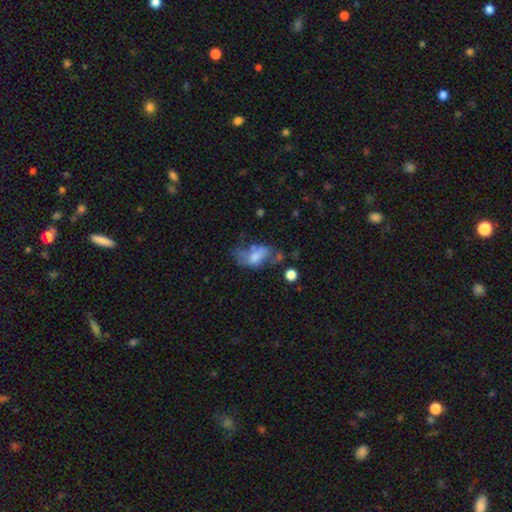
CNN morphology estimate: Smooth or featured? Predicted: smooth (p=0.52). How rounded? Predicted: in between (p=0.88). Merging? Predicted: major disturbance (p=0.38).